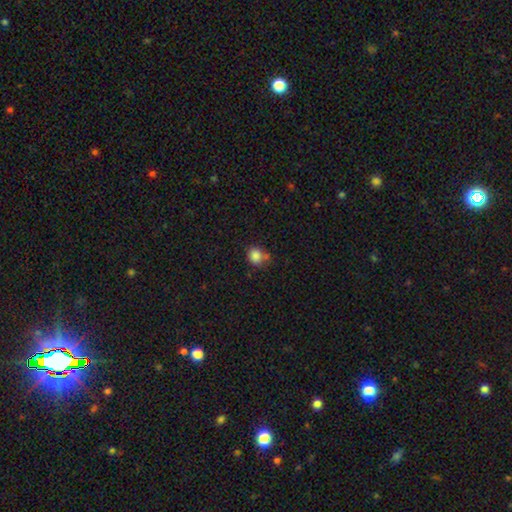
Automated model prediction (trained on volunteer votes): This appears to be a smooth galaxy with no disk features (85%) that is round (71%). Merging: none (62%).